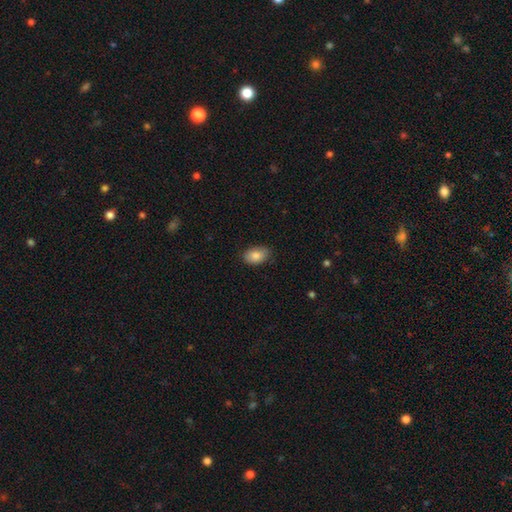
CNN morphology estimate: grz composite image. It shows a smooth galaxy with no disk features (86%) that is in between round and cigar-shaped (88%). Merging: none (83%).